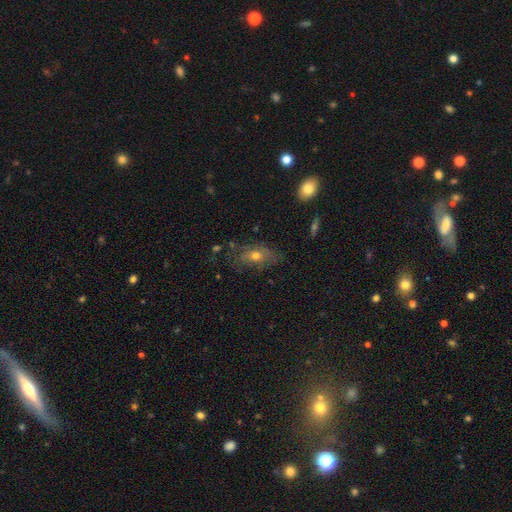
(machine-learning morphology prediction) A smooth galaxy with no disk features (51%) that is in between round and cigar-shaped (78%).

Vote fractions:
- Smooth or featured? smooth: 51% / featured or disk: 36% / star or artifact: 13%
- How rounded? in between: 78% / round: 15% / cigar-shaped: 7%
- Merging? none: 60% / minor disturbance: 24% / major disturbance: 13% / merger: 3%